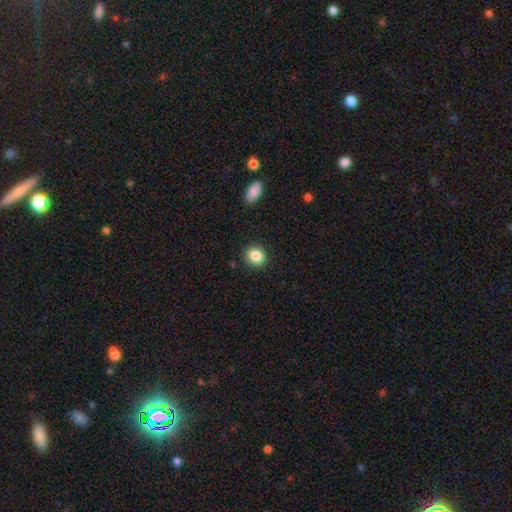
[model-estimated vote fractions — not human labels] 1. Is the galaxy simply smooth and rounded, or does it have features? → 84% smooth, 10% star or artifact, 6% featured or disk.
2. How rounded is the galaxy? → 81% round, 19% in between, 1% cigar-shaped.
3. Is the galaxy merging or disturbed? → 90% none, 6% minor disturbance, 2% major disturbance, 1% merger.